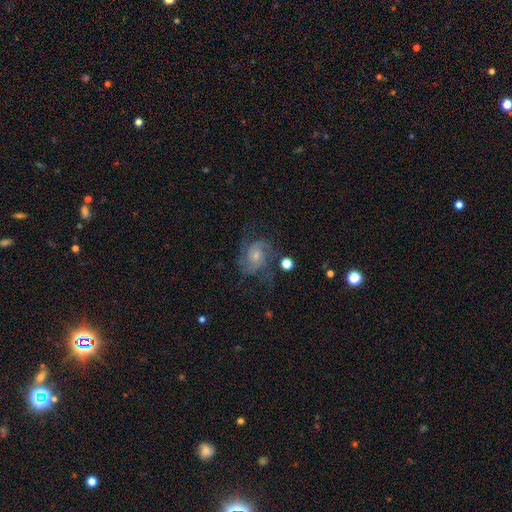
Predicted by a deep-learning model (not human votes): Overall: featured or disk (75%). Edge-on disk: no (98%). Bar: no (70%). Spiral arms: yes (91%). Spiral arm count: 2 (48%; can't tell 22%). Spiral winding: medium (46%; tight 32%). Bulge size: small (61%; moderate 31%). Merging: none (52%; major disturbance 23%).